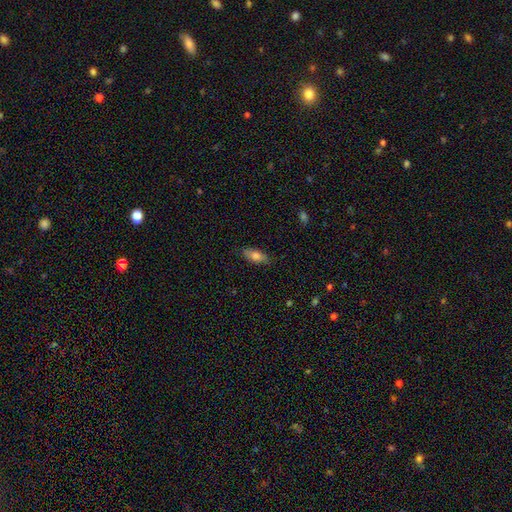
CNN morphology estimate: A smooth galaxy with no disk features (75%) that is in between round and cigar-shaped (79%).

Vote fractions:
- Smooth or featured? smooth: 75% / featured or disk: 18% / star or artifact: 7%
- How rounded? in between: 79% / cigar-shaped: 18% / round: 3%
- Merging? none: 84% / minor disturbance: 13% / major disturbance: 2% / merger: 1%